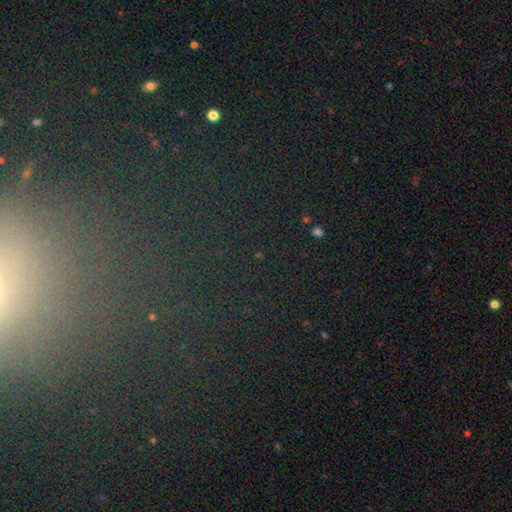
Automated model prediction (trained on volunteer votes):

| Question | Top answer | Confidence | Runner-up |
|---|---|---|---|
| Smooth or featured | star or artifact | 69% | smooth (18%) |